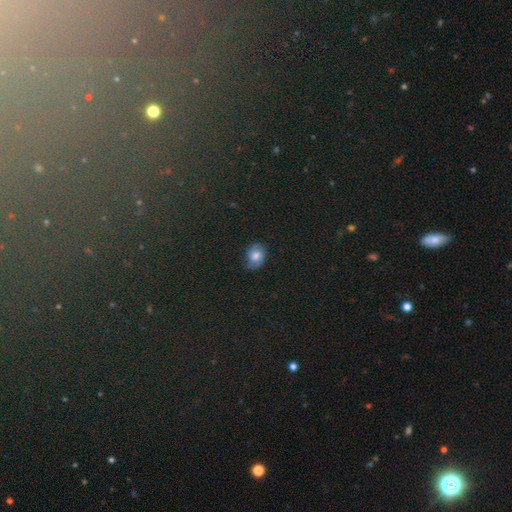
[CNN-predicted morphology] Smooth or featured?
  - smooth: 60% *
  - featured or disk: 28%
  - star or artifact: 12%
How rounded?
  - round: 53% *
  - in between: 46%
  - cigar-shaped: 1%
Merging?
  - none: 64% *
  - minor disturbance: 26%
  - major disturbance: 9%
  - merger: 1%